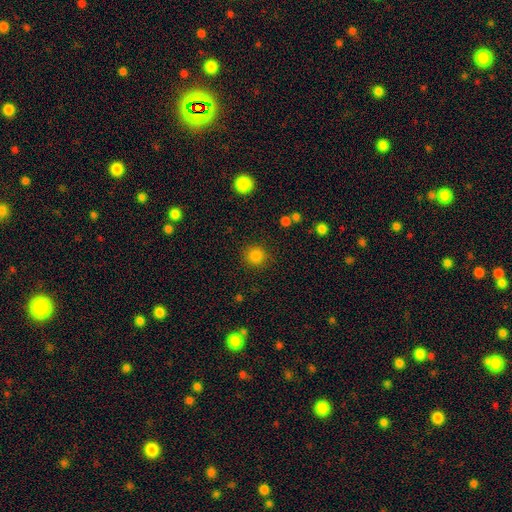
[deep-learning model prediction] smooth_or_featured: smooth (p=0.84) [alt: star or artifact p=0.12]
how_rounded: round (p=0.92) [alt: in between p=0.07]
merging: none (p=0.88) [alt: minor disturbance p=0.07]